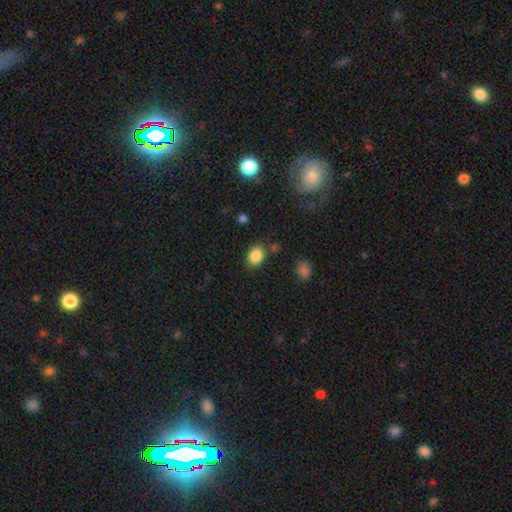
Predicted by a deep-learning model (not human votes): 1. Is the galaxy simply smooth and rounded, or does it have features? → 87% smooth, 9% star or artifact, 4% featured or disk.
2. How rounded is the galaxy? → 66% in between, 33% round, 1% cigar-shaped.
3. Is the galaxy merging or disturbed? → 79% none, 13% minor disturbance, 4% merger, 4% major disturbance.